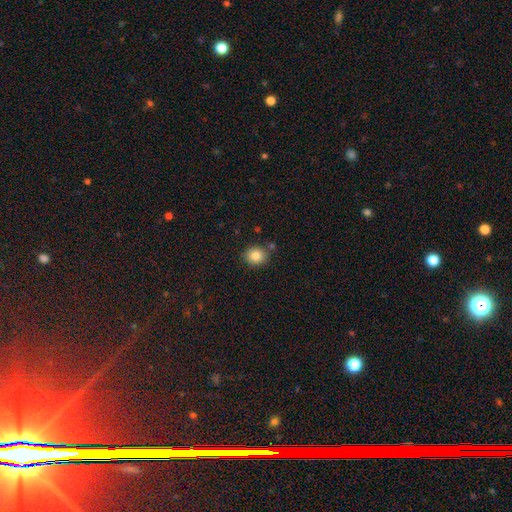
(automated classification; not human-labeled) A smooth galaxy with no disk features (84%) that is round (79%).

Vote fractions:
- Smooth or featured? smooth: 84% / star or artifact: 10% / featured or disk: 6%
- How rounded? round: 79% / in between: 20% / cigar-shaped: 1%
- Merging? none: 82% / minor disturbance: 10% / merger: 6% / major disturbance: 2%